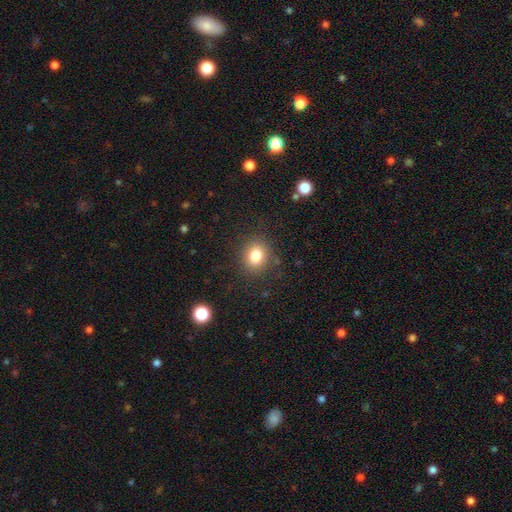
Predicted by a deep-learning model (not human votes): This appears to be a smooth galaxy with no disk features (81%) that is round (63%). Merging: none (84%).